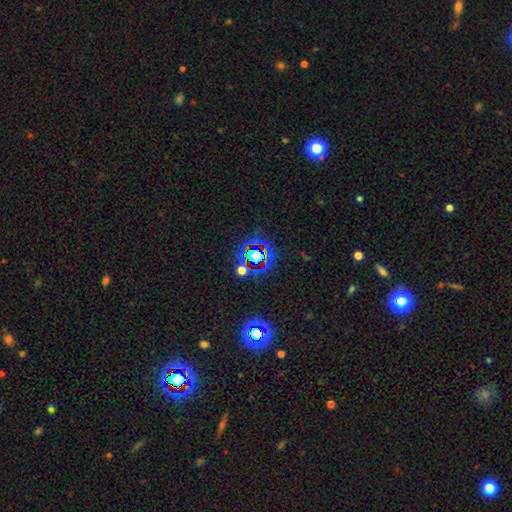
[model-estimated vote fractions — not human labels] A star or artifact, not a galaxy (70%).

Vote fractions:
- Smooth or featured? star or artifact: 70% / smooth: 18% / featured or disk: 12%